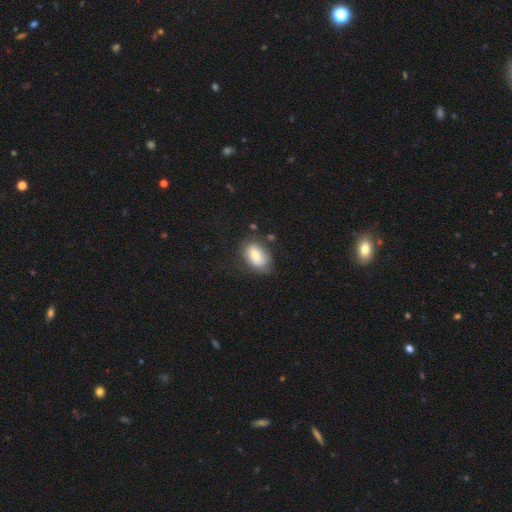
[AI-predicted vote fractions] Morphology: type=smooth (77%); roundness=in between (89%); merging=none (65%).